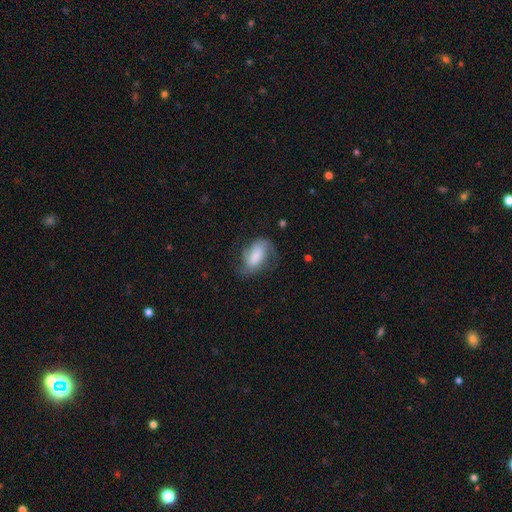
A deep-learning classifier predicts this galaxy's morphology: A featured or disk galaxy (47%).

Vote fractions:
- Smooth or featured? featured or disk: 47% / smooth: 45% / star or artifact: 8%
- Merging? none: 54% / minor disturbance: 26% / major disturbance: 18% / merger: 2%